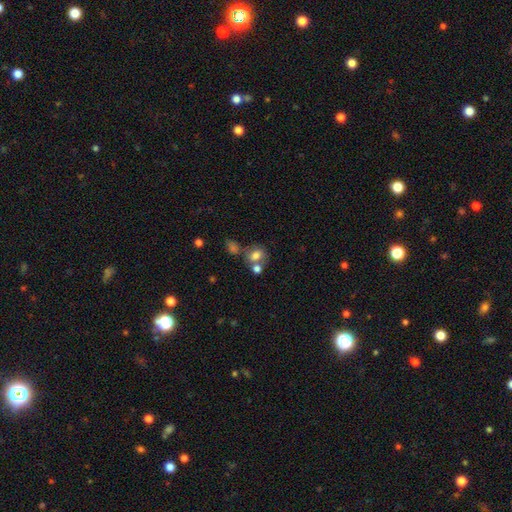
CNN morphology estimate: Smooth or featured?
  - smooth: 74% *
  - featured or disk: 15%
  - star or artifact: 11%
How rounded?
  - in between: 50% *
  - round: 49%
  - cigar-shaped: 1%
Merging?
  - none: 43% *
  - merger: 37%
  - minor disturbance: 14%
  - major disturbance: 7%